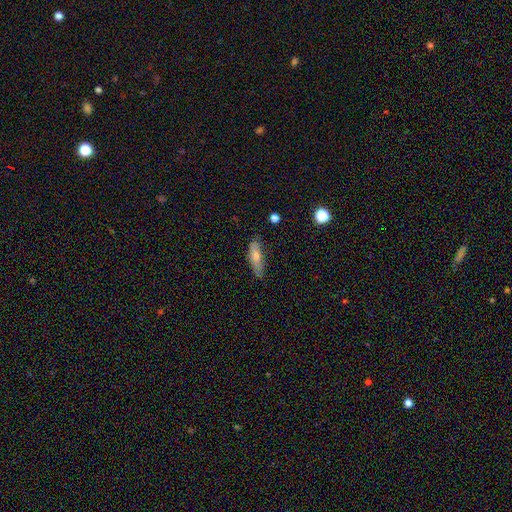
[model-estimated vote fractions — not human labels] smooth_or_featured: smooth (p=0.57) [alt: featured or disk p=0.34]
how_rounded: cigar-shaped (p=0.61) [alt: in between p=0.36]
merging: none (p=0.75) [alt: minor disturbance p=0.19]